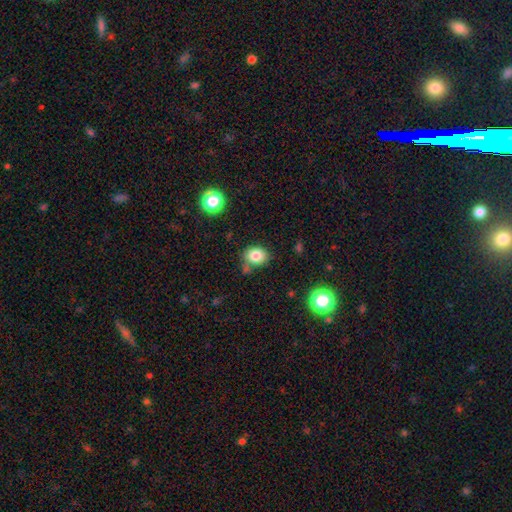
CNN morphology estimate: This appears to be a smooth galaxy with no disk features (82%) that is in between round and cigar-shaped (51%). Merging: none (68%).